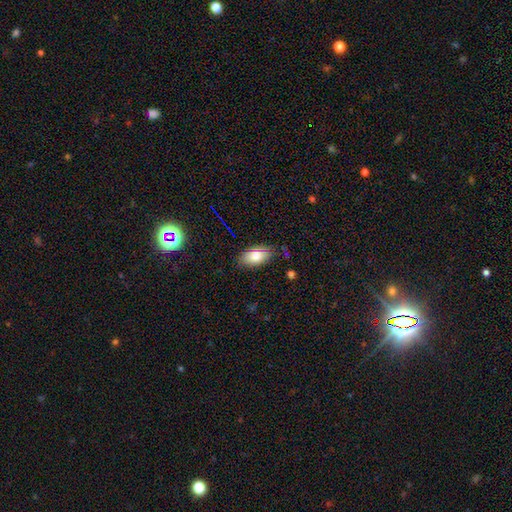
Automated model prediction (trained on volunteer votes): This is clearly a smooth galaxy (80%). How rounded: clearly in between (93%). Merging: likely none (79%).